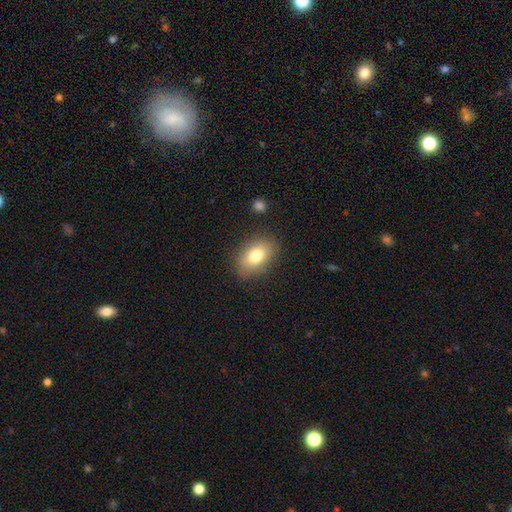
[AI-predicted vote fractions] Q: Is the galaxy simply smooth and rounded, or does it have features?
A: smooth — 77%.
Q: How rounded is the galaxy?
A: in between — 85%.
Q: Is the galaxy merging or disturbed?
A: none — 84%.